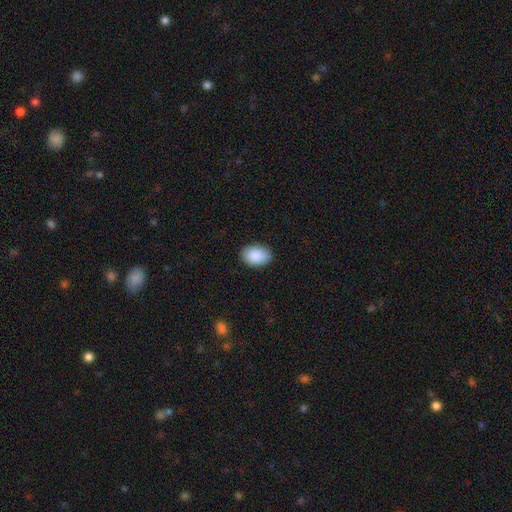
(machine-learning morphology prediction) Overall: smooth (90%). How rounded: in between (85%). Merging: none (89%).